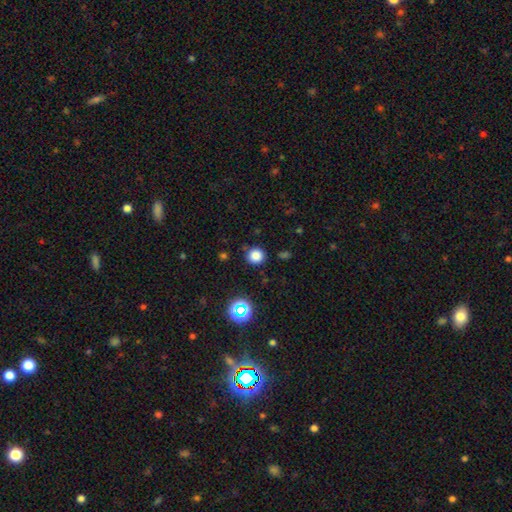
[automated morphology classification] A smooth galaxy with no disk features (81%) that is round (92%). Merging: none (87%).